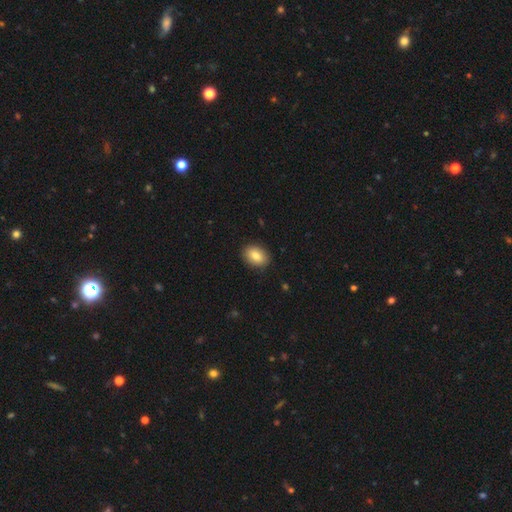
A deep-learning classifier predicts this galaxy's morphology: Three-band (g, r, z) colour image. It shows a smooth galaxy with no disk features (84%) that is in between round and cigar-shaped (75%). Merging: none (89%).